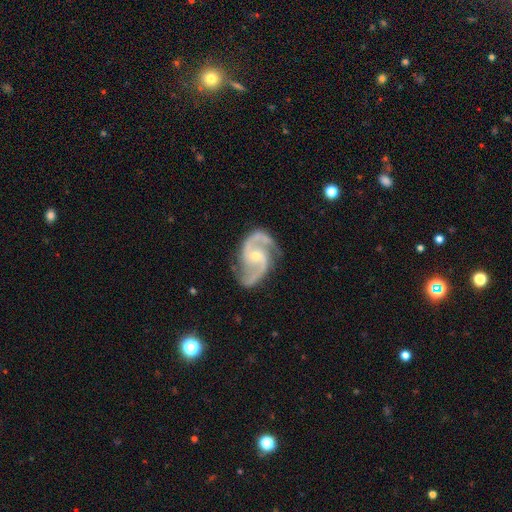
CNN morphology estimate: Q: Smooth or featured?
A: featured or disk (94%); runner-up: star or artifact (4%)
Q: Edge-on disk?
A: no (98%); runner-up: yes (2%)
Q: Bar?
A: no (46%); runner-up: weak (41%)
Q: Spiral arms?
A: yes (99%); runner-up: no (1%)
Q: Spiral winding?
A: medium (64%); runner-up: loose (23%)
Q: Spiral arm count?
A: 2 (93%); runner-up: 3 (2%)
Q: Bulge size?
A: small (61%); runner-up: moderate (35%)
Q: Merging?
A: none (78%); runner-up: minor disturbance (15%)